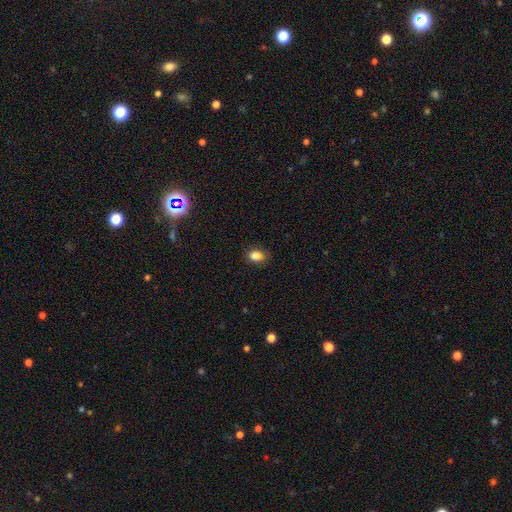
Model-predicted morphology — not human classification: The model was most divided on "how rounded": in between: 78%, round: 20%, cigar-shaped: 1%. More confident: smooth or featured — smooth (87%); merging — none (82%).